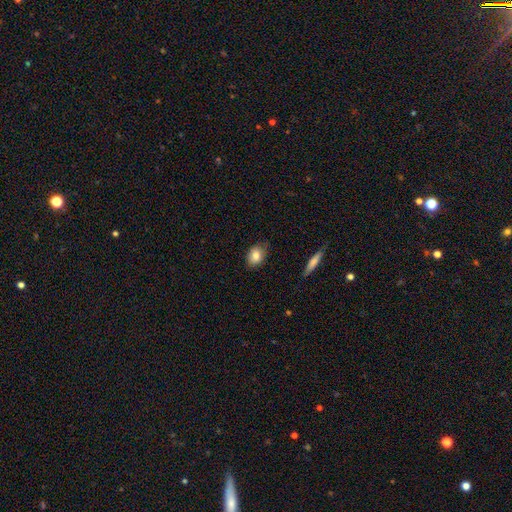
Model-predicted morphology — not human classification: This appears to be a smooth galaxy with no disk features (81%) that is in between round and cigar-shaped (66%). Merging: none (78%).